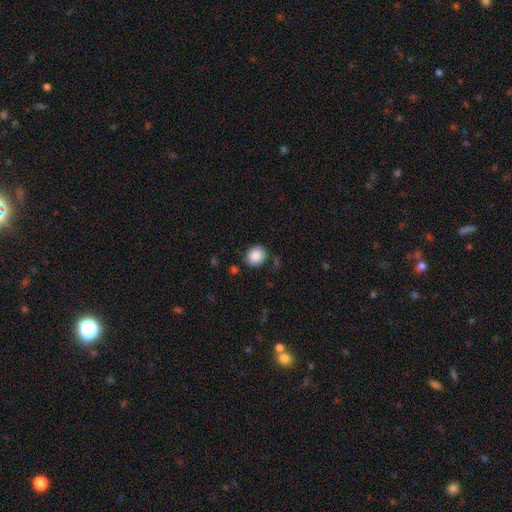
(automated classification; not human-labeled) smooth_or_featured: smooth (p=0.88) [alt: star or artifact p=0.08]
how_rounded: round (p=0.69) [alt: in between p=0.30]
merging: none (p=0.82) [alt: minor disturbance p=0.11]